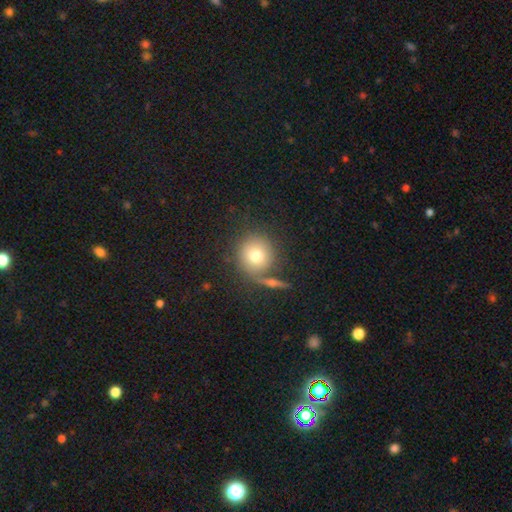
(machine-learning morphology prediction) Smooth or featured? smooth (74%)
How rounded? round (91%)
Merging? none (70%)